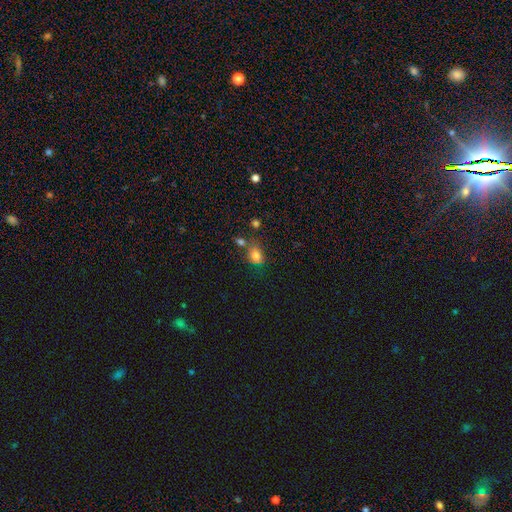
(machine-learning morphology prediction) type=smooth (80%); roundness=in between (63%); merging=none (58%).